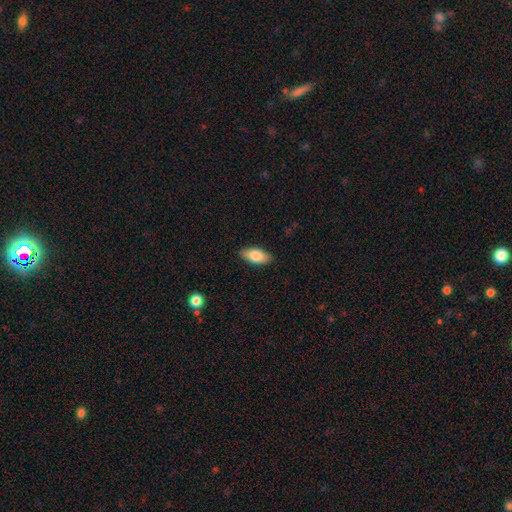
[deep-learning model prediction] Smooth or featured?
  - smooth: 80% *
  - featured or disk: 14%
  - star or artifact: 6%
How rounded?
  - in between: 88% *
  - cigar-shaped: 9%
  - round: 3%
Merging?
  - none: 88% *
  - minor disturbance: 9%
  - major disturbance: 2%
  - merger: 1%